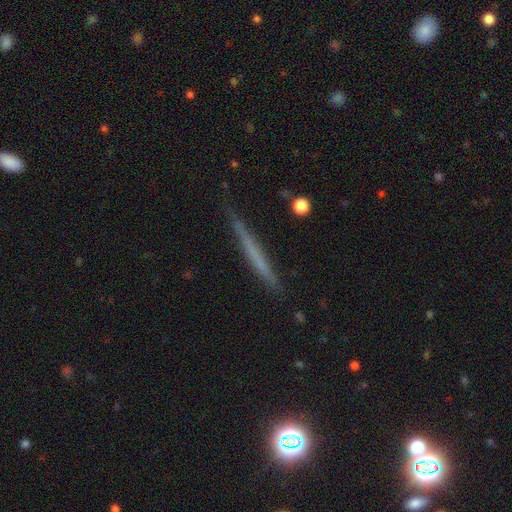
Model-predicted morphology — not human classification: type=smooth (47%); merging=none (87%).